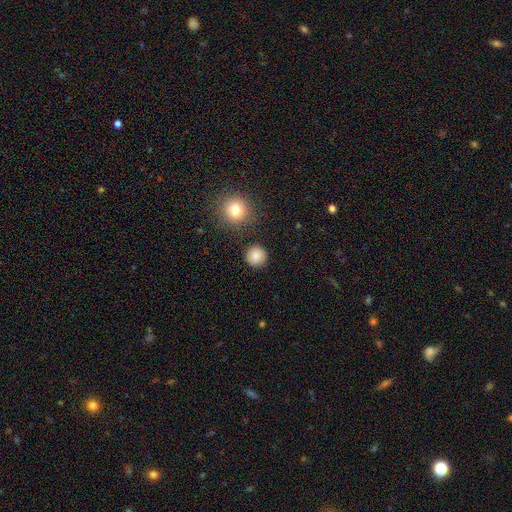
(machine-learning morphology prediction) Smooth or featured?
  - smooth: 87% *
  - star or artifact: 10%
  - featured or disk: 4%
How rounded?
  - round: 95% *
  - in between: 4%
  - cigar-shaped: 1%
Merging?
  - none: 89% *
  - minor disturbance: 6%
  - major disturbance: 3%
  - merger: 2%